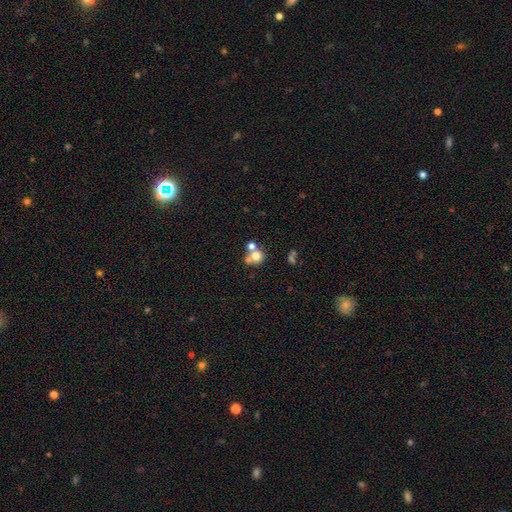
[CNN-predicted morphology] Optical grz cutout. It shows a smooth galaxy with no disk features (71%) that is round (80%). Merging: merger (49%).